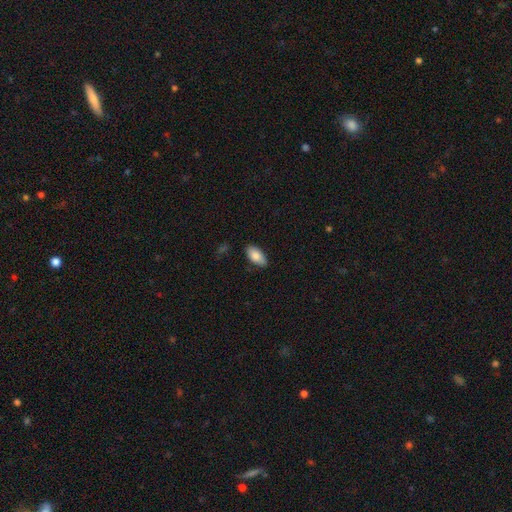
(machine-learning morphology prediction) Overall: smooth (85%). How rounded: in between (93%). Merging: none (84%).